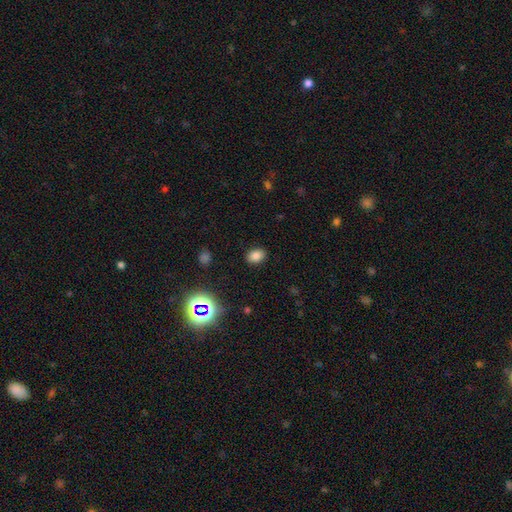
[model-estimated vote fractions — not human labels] smooth-or-featured: smooth: 80% | star or artifact: 14% | featured or disk: 6%
  how-rounded: in between: 75% | round: 24% | cigar-shaped: 1%
  merging: none: 88% | minor disturbance: 8% | major disturbance: 2% | merger: 1%